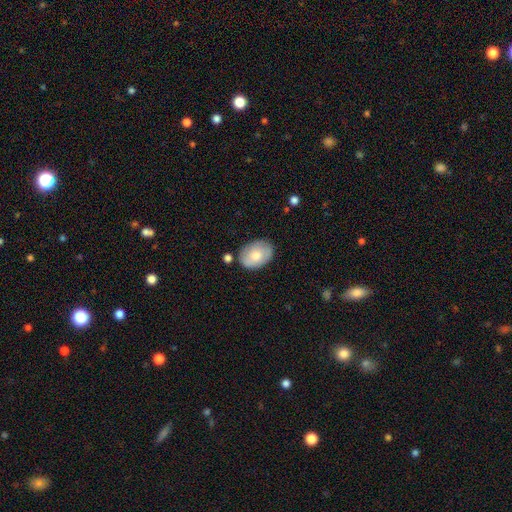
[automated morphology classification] The model was most divided on "smooth or featured": smooth: 72%, featured or disk: 22%, star or artifact: 6%. More confident: how rounded — in between (82%); merging — none (76%).